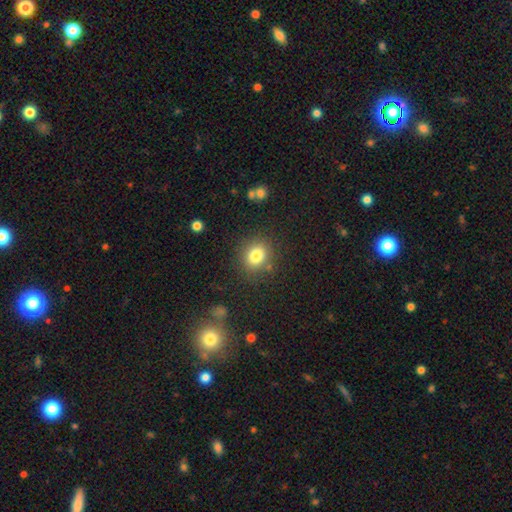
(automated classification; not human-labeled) The model was most divided on "how rounded": round: 64%, in between: 35%, cigar-shaped: 1%. More confident: merging — none (82%); smooth or featured — smooth (81%).